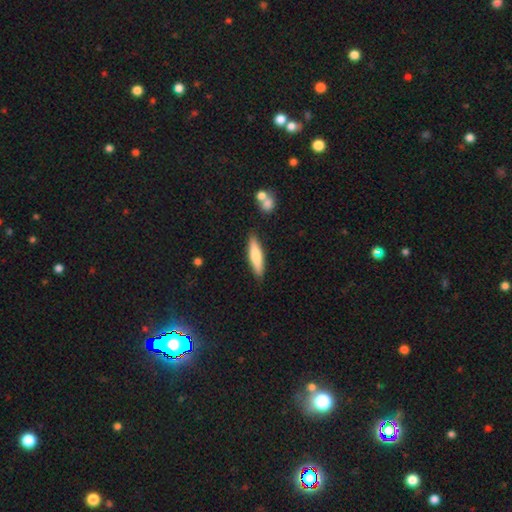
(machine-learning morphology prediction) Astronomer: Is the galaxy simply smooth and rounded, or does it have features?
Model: smooth — 71%.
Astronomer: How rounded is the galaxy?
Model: cigar-shaped — 76%.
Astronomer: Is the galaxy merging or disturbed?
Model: none — 86%.